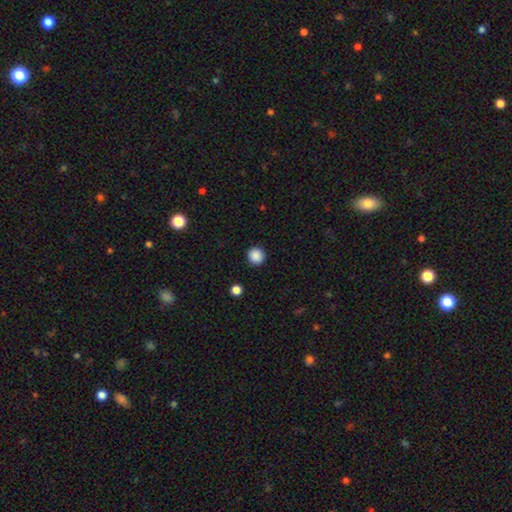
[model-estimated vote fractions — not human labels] Q: Smooth or featured?
A: smooth (88%); runner-up: star or artifact (10%)
Q: How rounded?
A: round (94%); runner-up: in between (5%)
Q: Merging?
A: none (92%); runner-up: minor disturbance (5%)